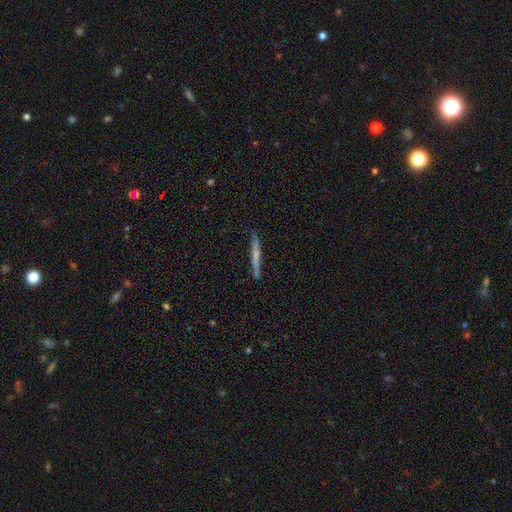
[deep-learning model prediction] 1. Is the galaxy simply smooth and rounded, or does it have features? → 48% featured or disk, 46% smooth, 6% star or artifact.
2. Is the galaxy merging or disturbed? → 87% none, 10% minor disturbance, 2% major disturbance, 2% merger.